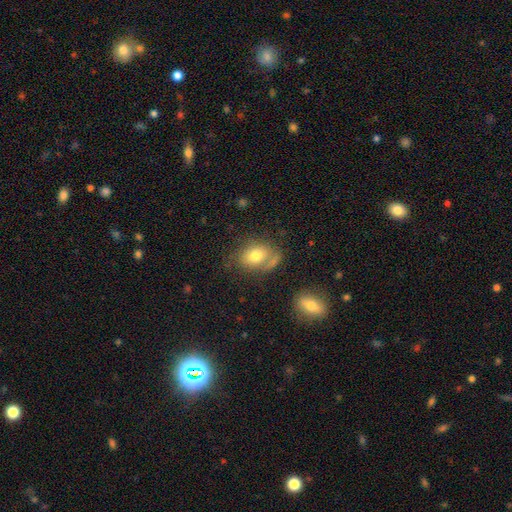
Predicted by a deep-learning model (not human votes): This is likely a smooth galaxy (72%). How rounded: likely in between (78%). Merging: possibly none (52%).